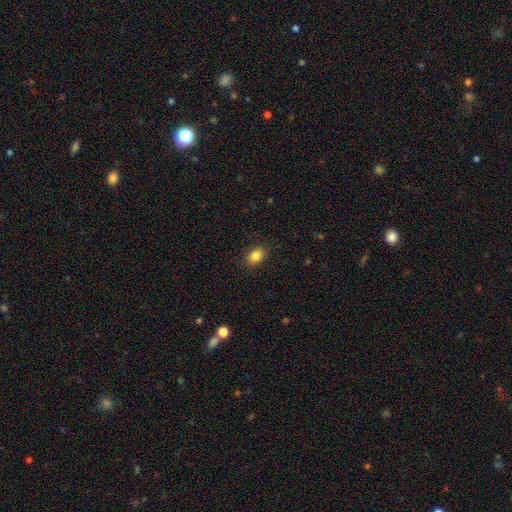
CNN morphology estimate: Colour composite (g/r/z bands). It shows a smooth galaxy with no disk features (85%) that is in between round and cigar-shaped (80%). Merging: none (88%).